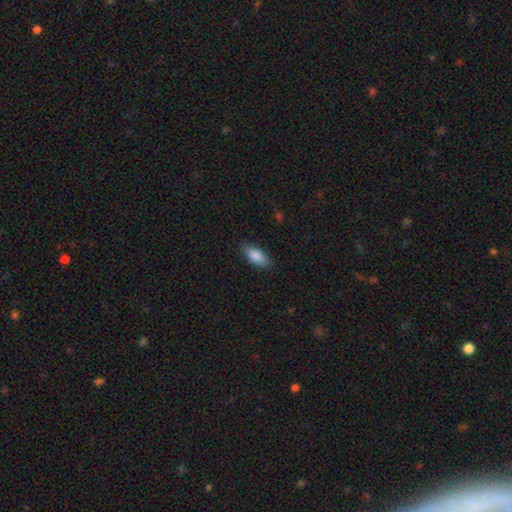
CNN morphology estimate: Smooth or featured? smooth (87%)
How rounded? in between (88%)
Merging? none (83%)